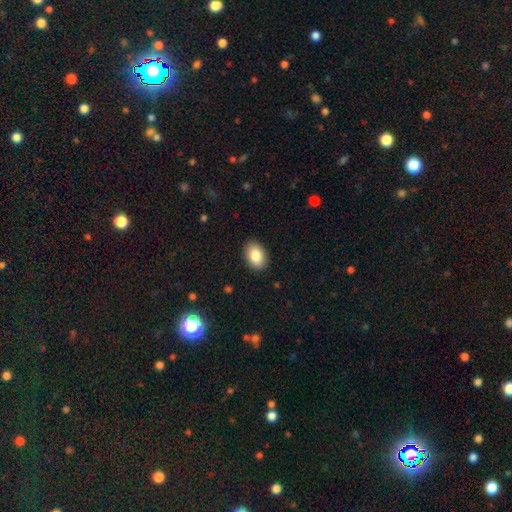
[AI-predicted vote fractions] smooth-or-featured: smooth: 87% | star or artifact: 7% | featured or disk: 6%
  how-rounded: in between: 88% | round: 11% | cigar-shaped: 1%
  merging: none: 89% | minor disturbance: 8% | major disturbance: 2% | merger: 1%